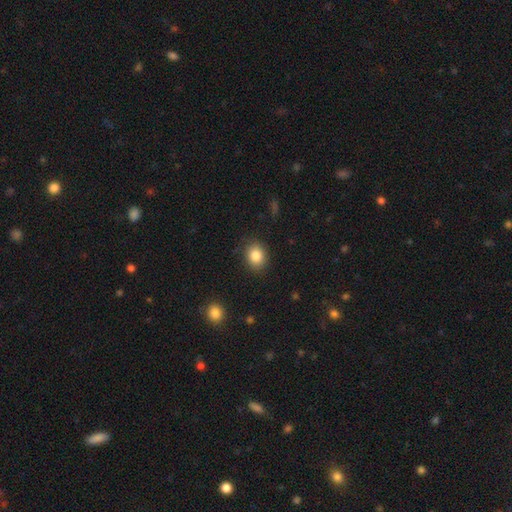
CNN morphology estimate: A smooth galaxy with no disk features (84%) that is round (53%).

Vote fractions:
- Smooth or featured? smooth: 84% / star or artifact: 9% / featured or disk: 6%
- How rounded? round: 53% / in between: 46% / cigar-shaped: 1%
- Merging? none: 86% / minor disturbance: 10% / major disturbance: 3% / merger: 1%